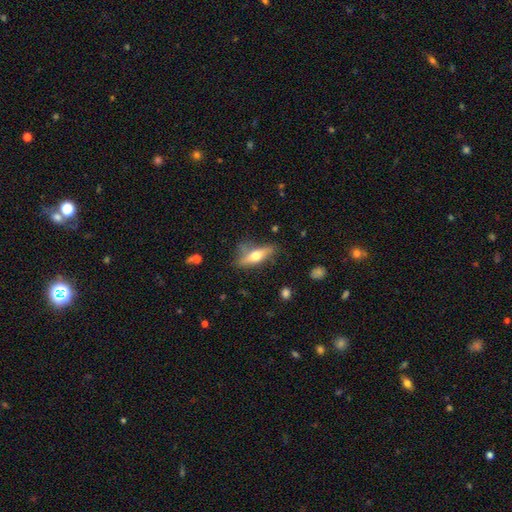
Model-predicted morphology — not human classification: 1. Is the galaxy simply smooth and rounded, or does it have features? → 49% featured or disk, 44% smooth, 7% star or artifact.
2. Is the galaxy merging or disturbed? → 72% none, 18% minor disturbance, 6% major disturbance, 4% merger.